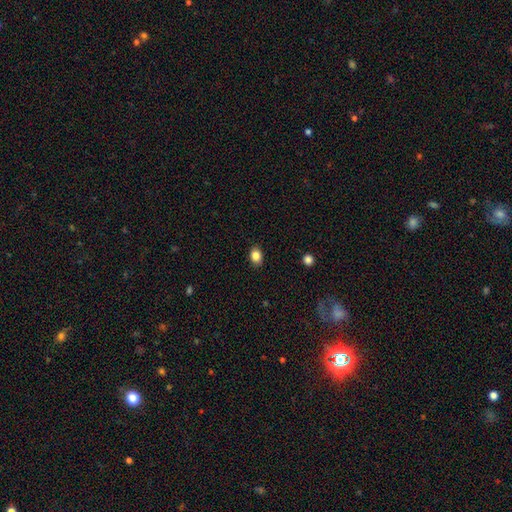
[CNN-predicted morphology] Smooth or featured? Predicted: smooth (p=0.85). How rounded? Predicted: in between (p=0.60). Merging? Predicted: none (p=0.88).